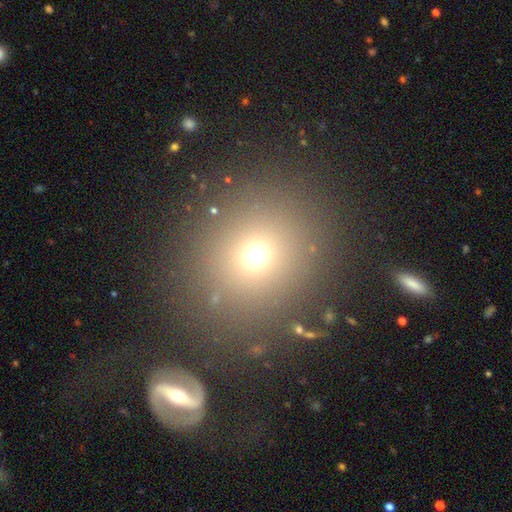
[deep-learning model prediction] Q: Smooth or featured?
A: smooth (67%); runner-up: star or artifact (24%)
Q: How rounded?
A: round (82%); runner-up: in between (16%)
Q: Merging?
A: none (84%); runner-up: minor disturbance (7%)